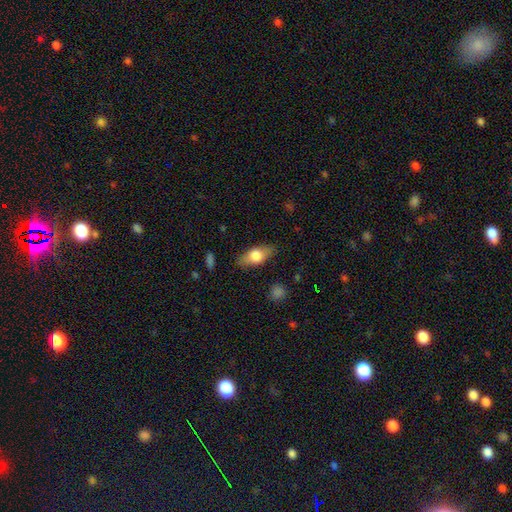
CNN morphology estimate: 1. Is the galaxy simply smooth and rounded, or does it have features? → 67% smooth, 26% featured or disk, 7% star or artifact.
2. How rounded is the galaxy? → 80% in between, 15% cigar-shaped, 5% round.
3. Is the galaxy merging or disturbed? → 83% none, 12% minor disturbance, 3% major disturbance, 1% merger.